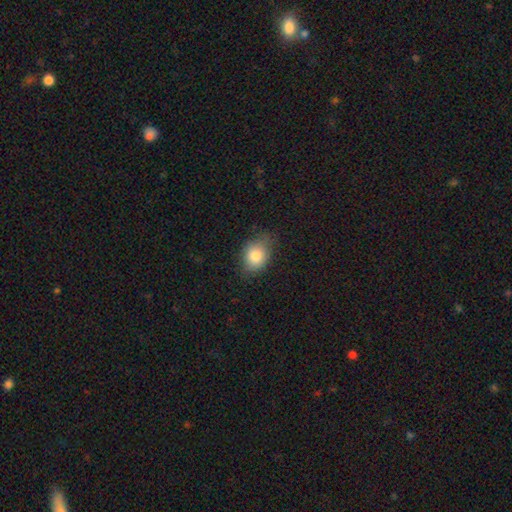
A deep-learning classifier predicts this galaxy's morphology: smooth 81%, featured or disk 10%, star or artifact 9%. Down the decision tree: how rounded — in between (58%); merging — none (67%).